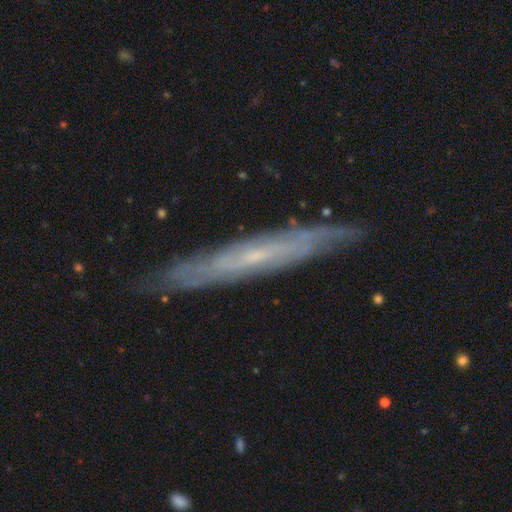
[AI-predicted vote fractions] This is likely a featured or disk galaxy (76%). It is likely viewed edge-on (67%). Edge-on bulge: likely none (60%). Merging: clearly none (84%).